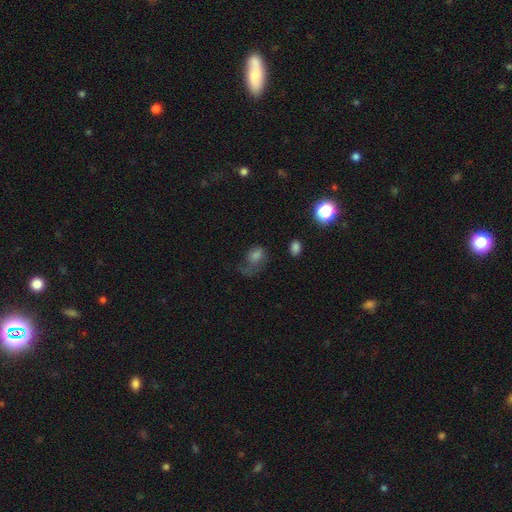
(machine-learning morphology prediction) smooth-or-featured: smooth: 57% | featured or disk: 25% | star or artifact: 18%
  how-rounded: in between: 61% | round: 37% | cigar-shaped: 2%
  merging: major disturbance: 46% | none: 29% | minor disturbance: 20% | merger: 4%